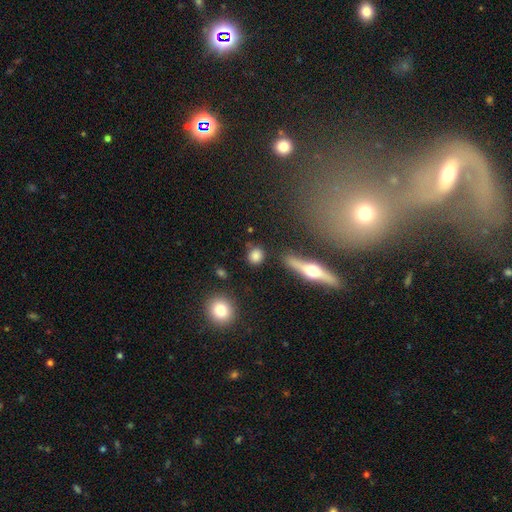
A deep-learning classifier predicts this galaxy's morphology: A smooth galaxy with no disk features (80%) that is round (76%).

Vote fractions:
- Smooth or featured? smooth: 80% / featured or disk: 10% / star or artifact: 10%
- How rounded? round: 76% / in between: 20% / cigar-shaped: 4%
- Merging? none: 78% / minor disturbance: 12% / merger: 5% / major disturbance: 4%